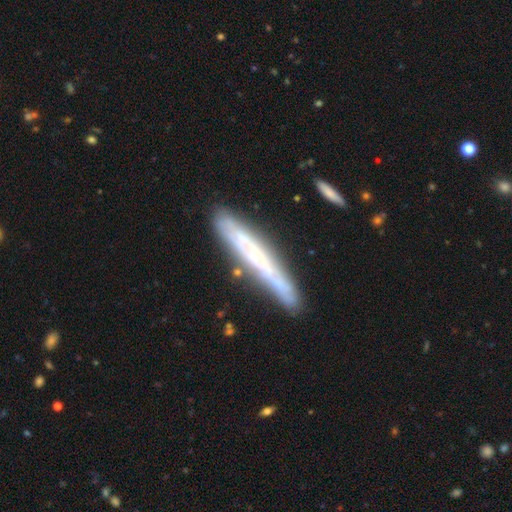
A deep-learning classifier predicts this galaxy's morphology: This appears to be a featured or disk galaxy (58%) viewed edge-on (77%). Merging: none (78%).